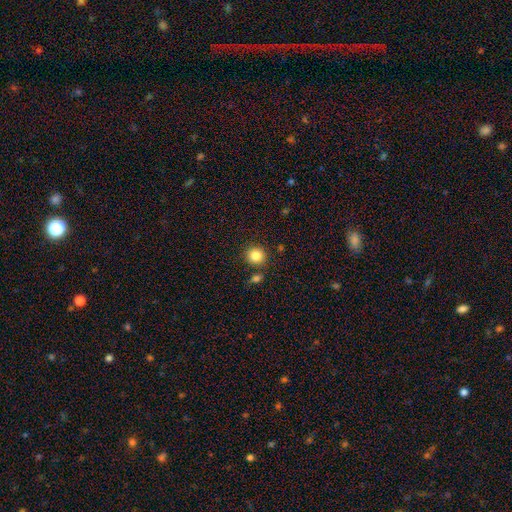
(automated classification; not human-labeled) Smooth or featured: smooth — 85% (star or artifact — 10%)
How rounded: round — 90% (in between — 9%)
Merging: none — 82% (minor disturbance — 9%)